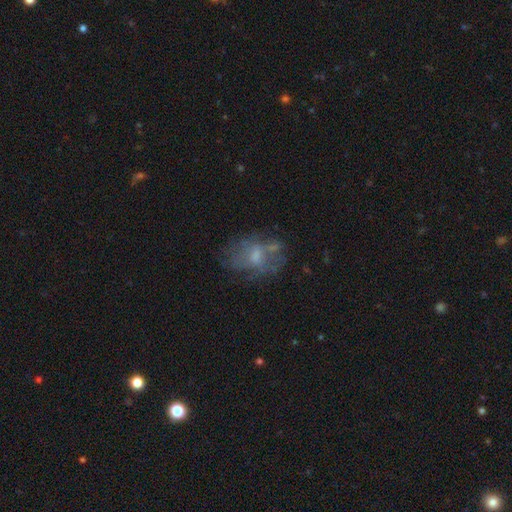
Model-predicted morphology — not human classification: This is possibly a featured or disk galaxy (50%). Merging: possibly none (49%).